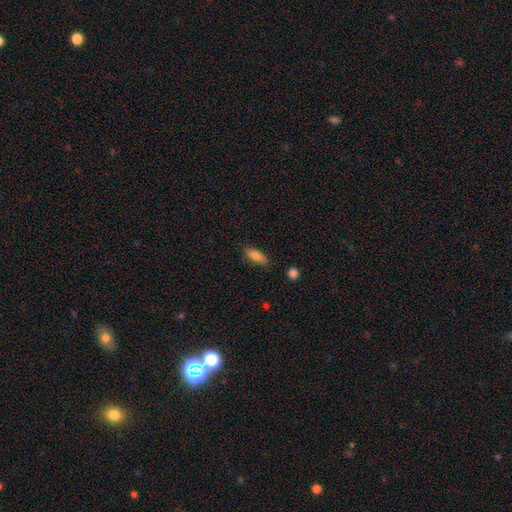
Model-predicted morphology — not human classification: This appears to be a smooth galaxy with no disk features (83%) that is in between round and cigar-shaped (72%). Merging: none (83%).